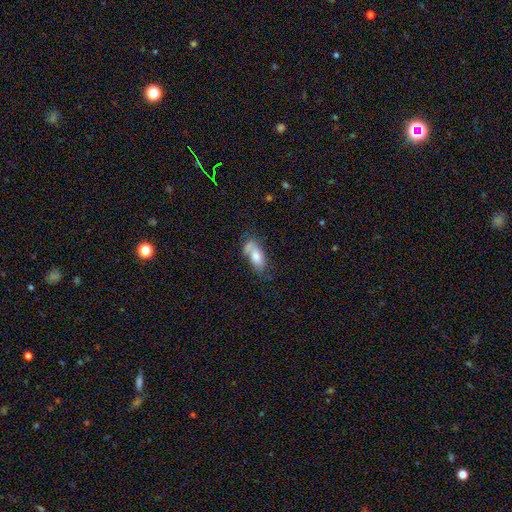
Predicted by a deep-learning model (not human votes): Smooth or featured? Predicted: smooth (p=0.71). How rounded? Predicted: in between (p=0.85). Merging? Predicted: none (p=0.43).